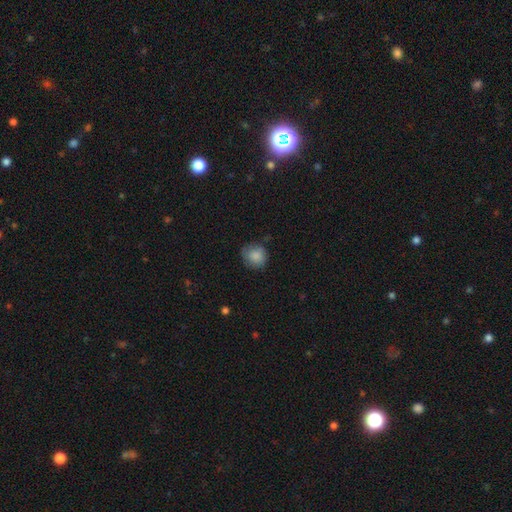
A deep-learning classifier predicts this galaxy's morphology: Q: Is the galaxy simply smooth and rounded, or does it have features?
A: smooth — 85%.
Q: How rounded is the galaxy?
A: round — 83%.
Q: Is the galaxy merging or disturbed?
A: none — 73%.